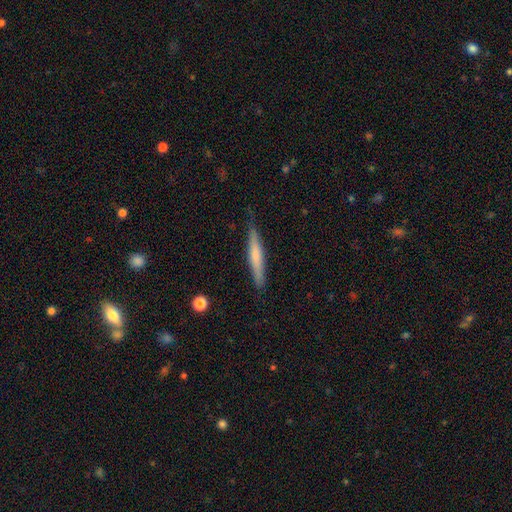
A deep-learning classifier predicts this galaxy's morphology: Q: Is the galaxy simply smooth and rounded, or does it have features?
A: smooth — 55%.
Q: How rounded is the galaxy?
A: cigar-shaped — 95%.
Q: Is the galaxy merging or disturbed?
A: none — 83%.